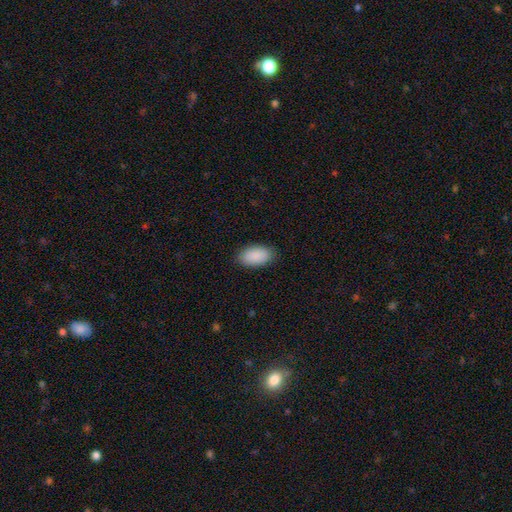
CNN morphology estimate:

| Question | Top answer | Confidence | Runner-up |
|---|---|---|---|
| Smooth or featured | smooth | 91% | star or artifact (6%) |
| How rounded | in between | 95% | round (3%) |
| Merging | none | 87% | minor disturbance (9%) |